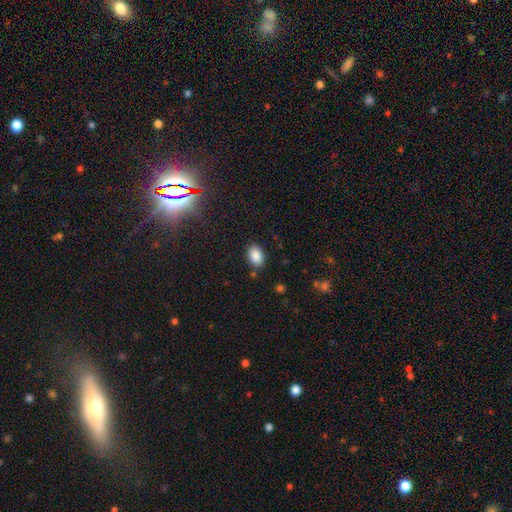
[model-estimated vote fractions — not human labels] Smooth or featured: smooth — 86% (star or artifact — 9%)
How rounded: in between — 87% (round — 12%)
Merging: none — 83% (minor disturbance — 11%)